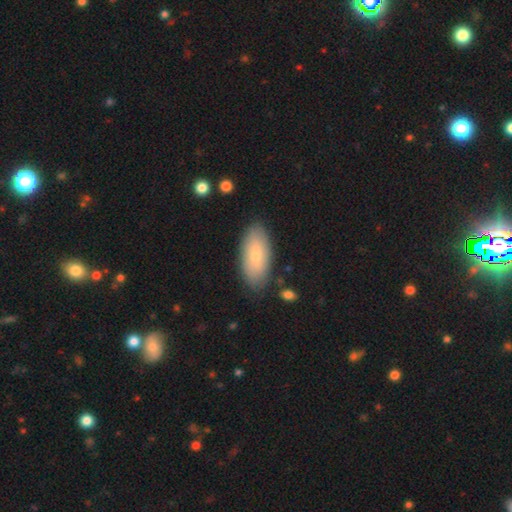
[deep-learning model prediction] Smooth or featured?
  - smooth: 70% *
  - featured or disk: 24%
  - star or artifact: 6%
How rounded?
  - in between: 89% *
  - cigar-shaped: 9%
  - round: 2%
Merging?
  - none: 83% *
  - minor disturbance: 12%
  - major disturbance: 3%
  - merger: 2%